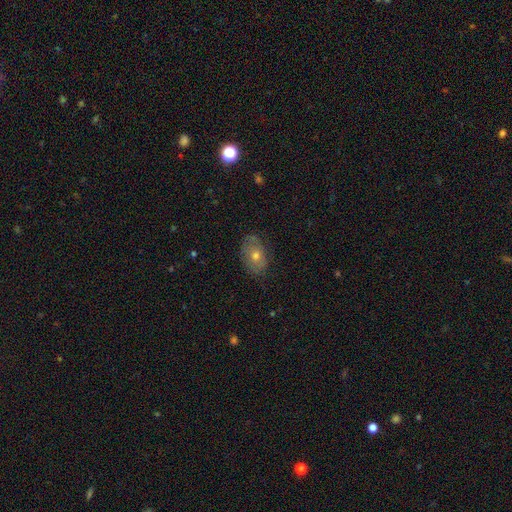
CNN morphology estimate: Smooth or featured? smooth (50%)
How rounded? in between (80%)
Merging? none (77%)